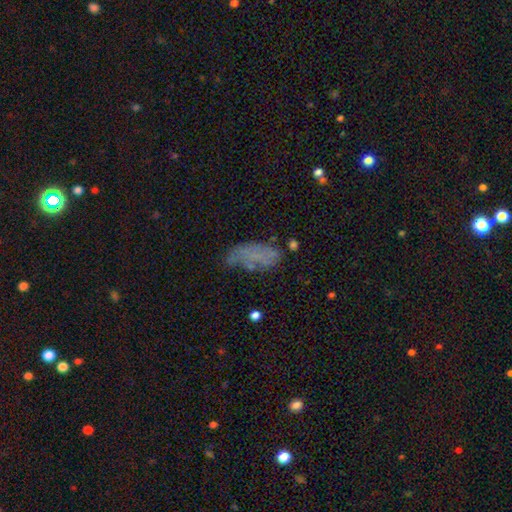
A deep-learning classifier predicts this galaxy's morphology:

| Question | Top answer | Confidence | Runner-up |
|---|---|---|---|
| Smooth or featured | smooth | 52% | featured or disk (31%) |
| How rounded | in between | 82% | cigar-shaped (15%) |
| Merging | none | 46% | minor disturbance (28%) |